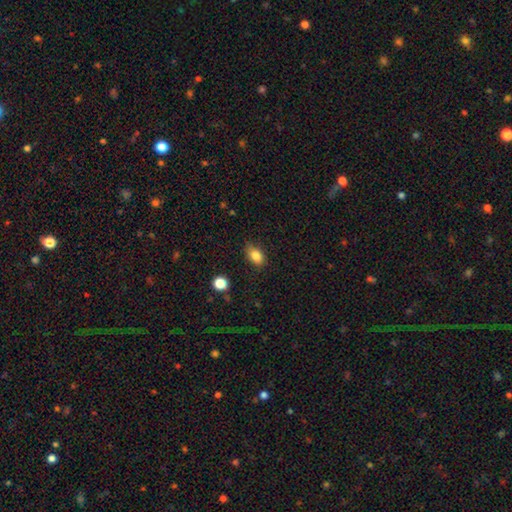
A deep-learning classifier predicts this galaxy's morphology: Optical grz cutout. It shows a smooth galaxy with no disk features (84%) that is in between round and cigar-shaped (82%). Merging: none (71%).